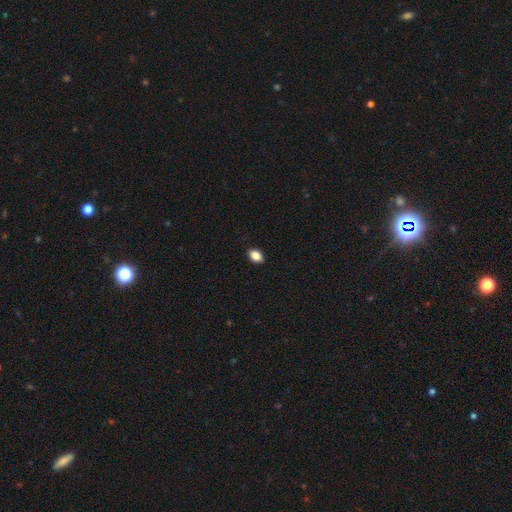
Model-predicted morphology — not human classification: A smooth galaxy with no disk features (87%) that is in between round and cigar-shaped (82%).

Vote fractions:
- Smooth or featured? smooth: 87% / star or artifact: 9% / featured or disk: 4%
- How rounded? in between: 82% / round: 16% / cigar-shaped: 1%
- Merging? none: 89% / minor disturbance: 8% / major disturbance: 2% / merger: 1%